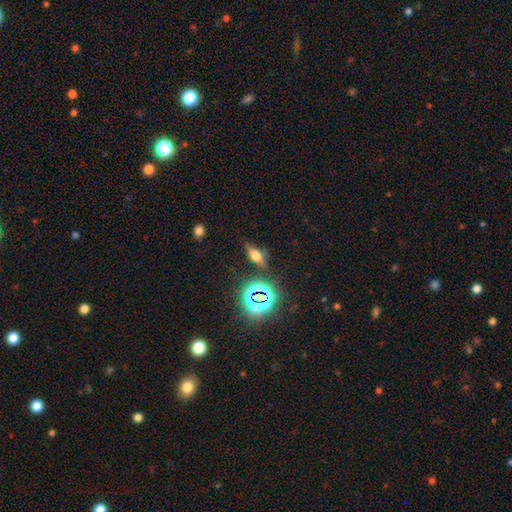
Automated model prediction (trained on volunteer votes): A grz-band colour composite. It shows a smooth galaxy with no disk features (44%). Merging: none (77%).